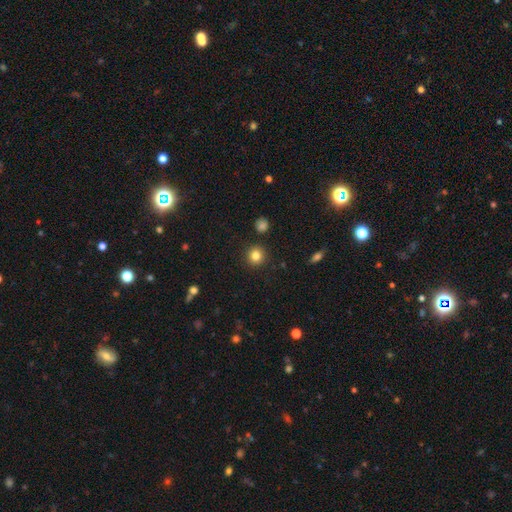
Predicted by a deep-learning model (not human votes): Smooth or featured: smooth — 83% (star or artifact — 11%)
How rounded: round — 92% (in between — 7%)
Merging: none — 90% (minor disturbance — 6%)